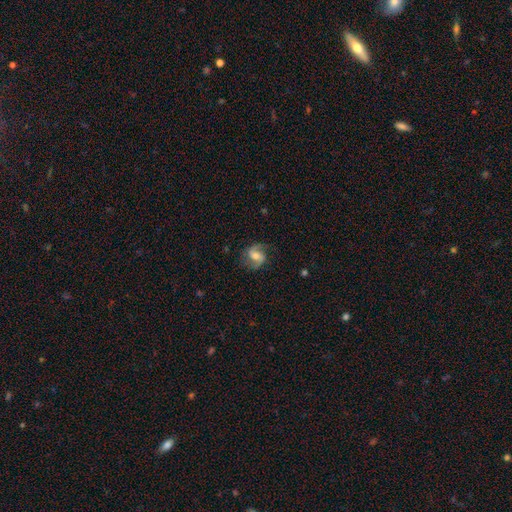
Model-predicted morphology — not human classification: type=featured or disk (84%); edge-on=no (98%); bar=weak (49%); spiral arms=yes (96%); winding=medium (49%); arm count=2 (91%); bulge=moderate (61%); merging=none (79%).